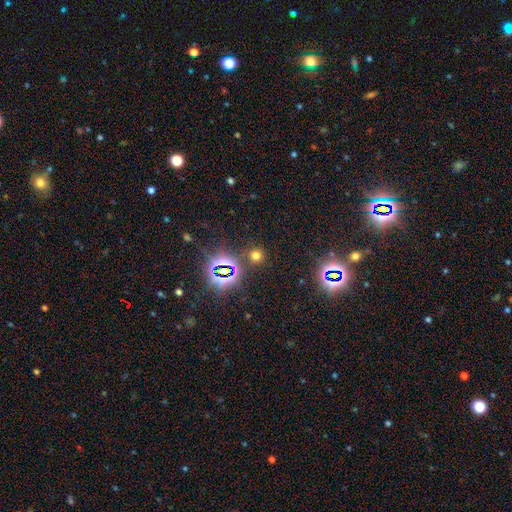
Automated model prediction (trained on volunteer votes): Smooth or featured: smooth — 54% (star or artifact — 39%)
How rounded: round — 90% (in between — 9%)
Merging: none — 84% (minor disturbance — 7%)